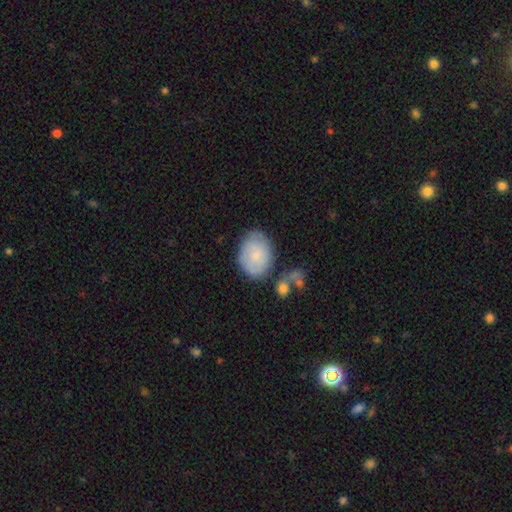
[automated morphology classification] A smooth galaxy with no disk features (74%) that is in between round and cigar-shaped (73%). Merging: none (66%).